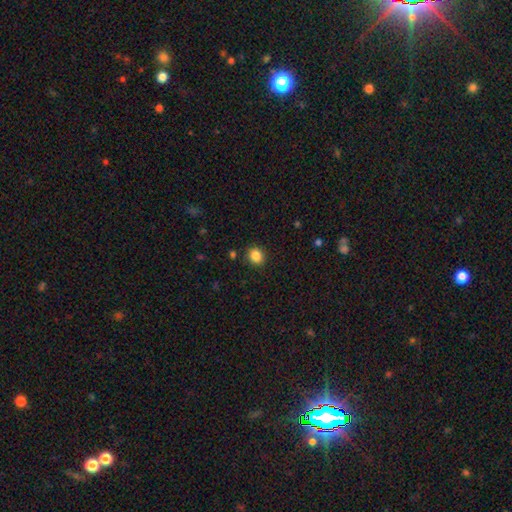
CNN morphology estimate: smooth 85%, star or artifact 11%, featured or disk 5%. Down the decision tree: how rounded — round (75%); merging — none (90%).